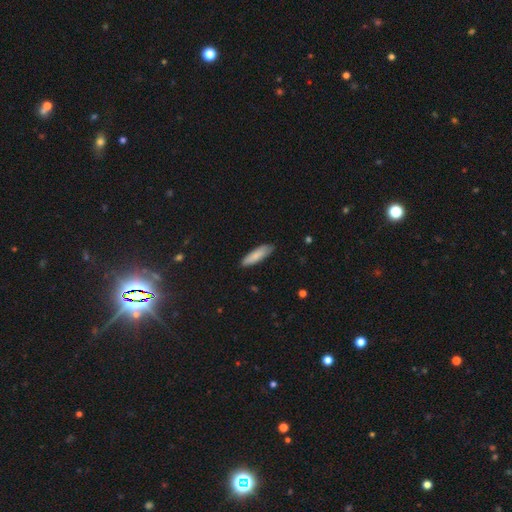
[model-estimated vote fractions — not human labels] Morphology: type=smooth (84%); roundness=cigar-shaped (60%); merging=none (85%).